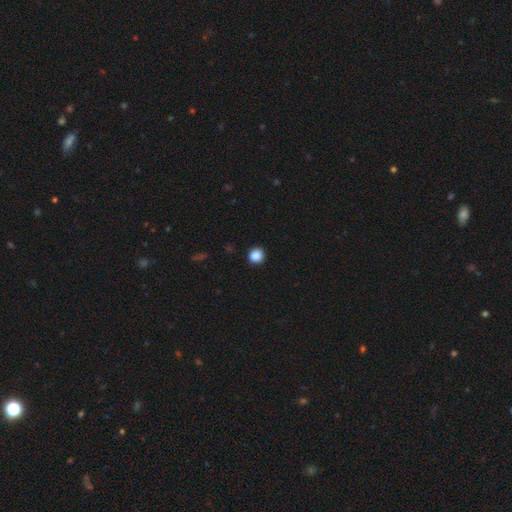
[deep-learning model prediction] A smooth galaxy with no disk features (87%) that is round (90%). Merging: none (91%).